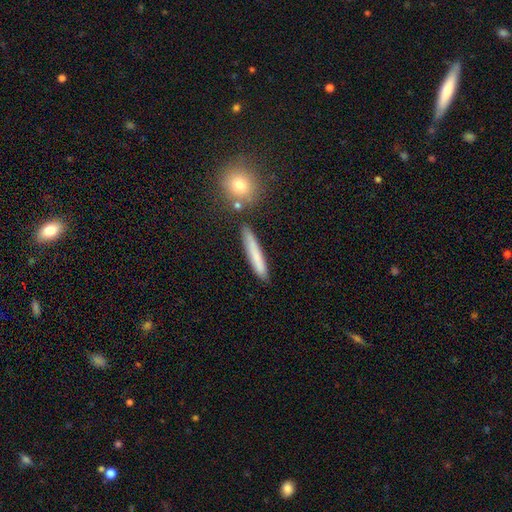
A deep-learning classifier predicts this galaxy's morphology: smooth-or-featured: smooth: 73% | featured or disk: 20% | star or artifact: 7%
  how-rounded: cigar-shaped: 93% | in between: 5% | round: 2%
  merging: none: 85% | minor disturbance: 9% | merger: 4% | major disturbance: 2%